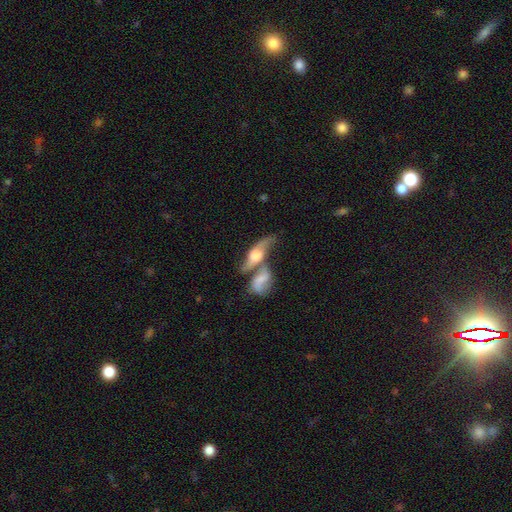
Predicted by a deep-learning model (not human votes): featured or disk 66%, smooth 26%, star or artifact 7%. Down the decision tree: edge-on disk — no (63%); merging — merger (55%).